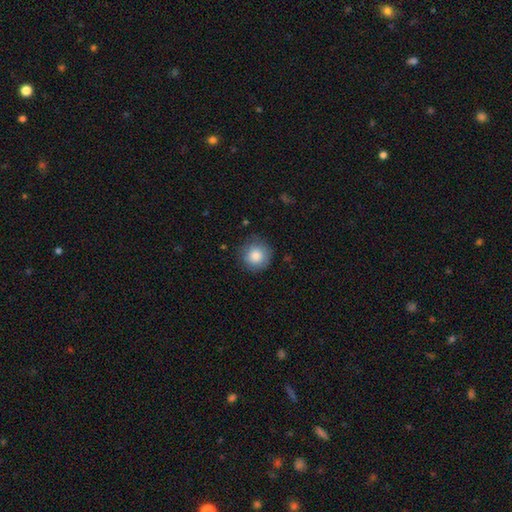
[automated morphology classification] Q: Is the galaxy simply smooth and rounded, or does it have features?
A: smooth — 85%.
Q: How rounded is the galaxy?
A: round — 93%.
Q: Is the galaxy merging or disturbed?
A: none — 80%.